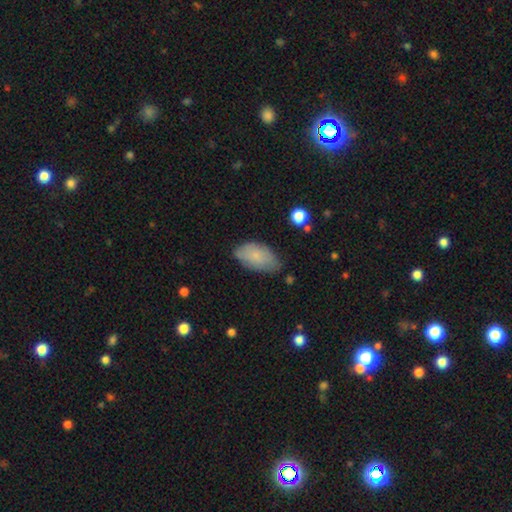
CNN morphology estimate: This is likely a smooth galaxy (76%). How rounded: clearly in between (94%). Merging: likely none (63%).